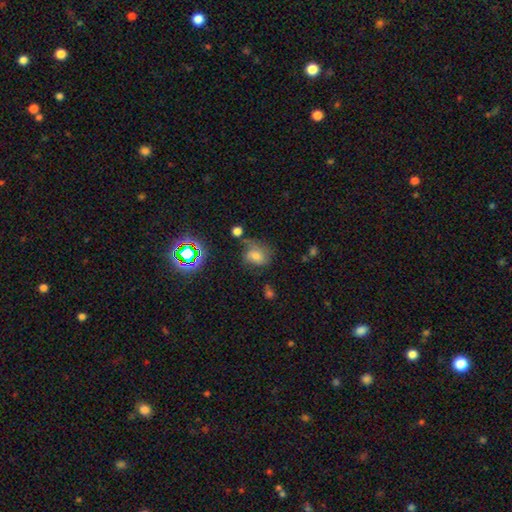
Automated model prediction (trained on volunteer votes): A smooth galaxy with no disk features (58%) that is in between round and cigar-shaped (51%). Merging: none (49%).